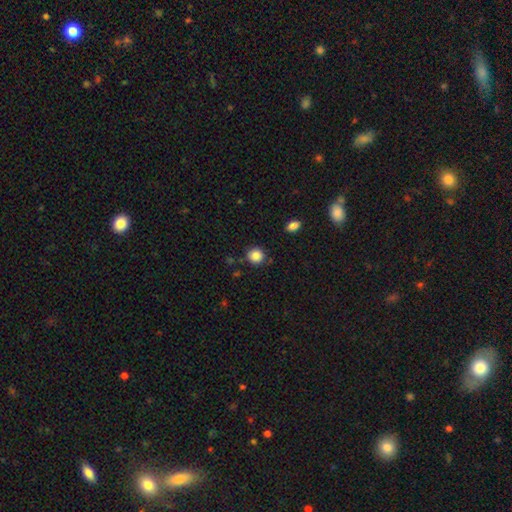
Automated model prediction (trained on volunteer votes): This appears to be a smooth galaxy with no disk features (86%) that is round (92%). Merging: none (86%).